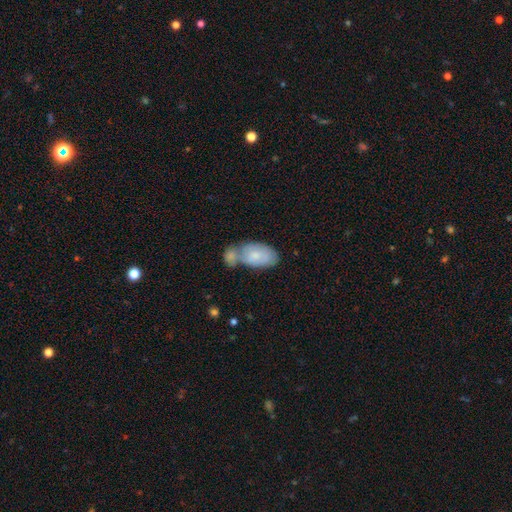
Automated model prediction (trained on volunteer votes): Smooth or featured? smooth (73%)
How rounded? in between (93%)
Merging? merger (54%)